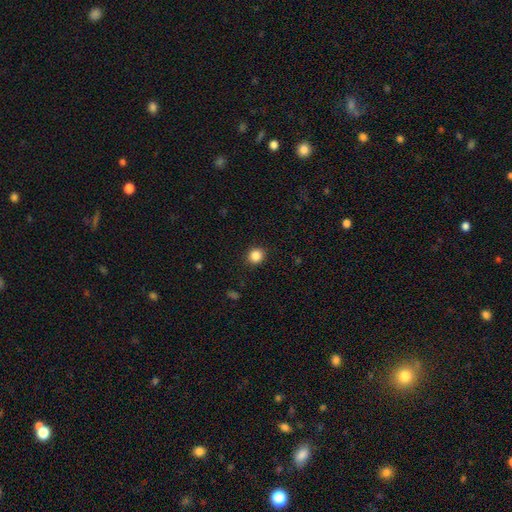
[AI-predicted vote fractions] Smooth or featured? Predicted: smooth (p=0.86). How rounded? Predicted: round (p=0.86). Merging? Predicted: none (p=0.91).